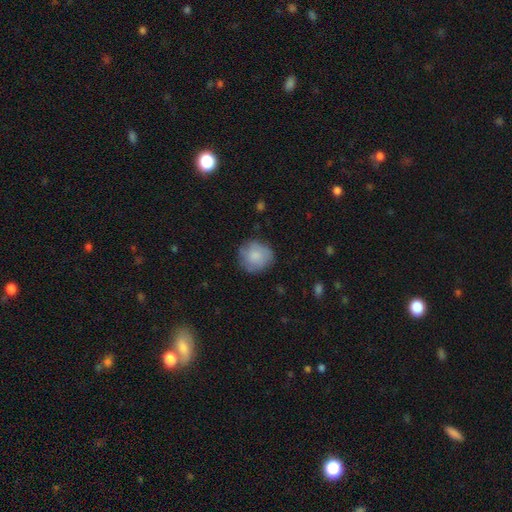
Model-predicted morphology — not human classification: Overall: smooth (79%). How rounded: round (89%). Merging: none (77%).